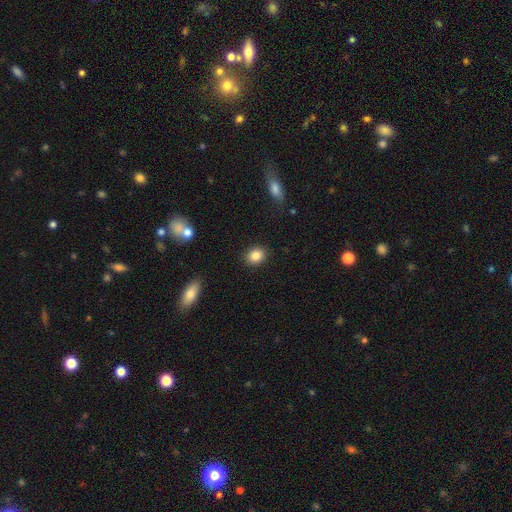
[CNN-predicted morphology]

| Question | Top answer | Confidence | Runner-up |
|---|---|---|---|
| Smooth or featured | smooth | 86% | star or artifact (9%) |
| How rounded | round | 63% | in between (36%) |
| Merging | none | 89% | minor disturbance (7%) |